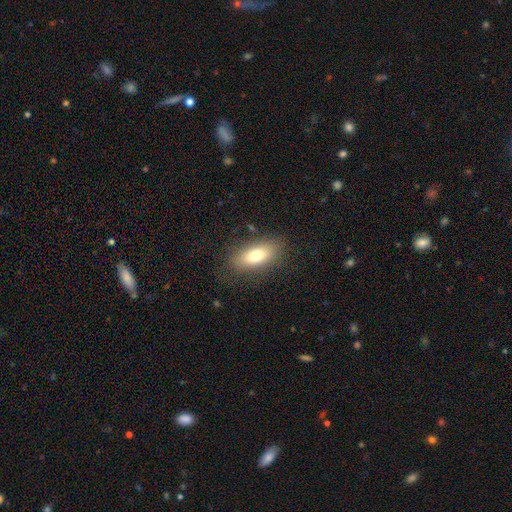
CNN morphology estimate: Smooth or featured? Predicted: smooth (p=0.75). How rounded? Predicted: in between (p=0.84). Merging? Predicted: none (p=0.82).